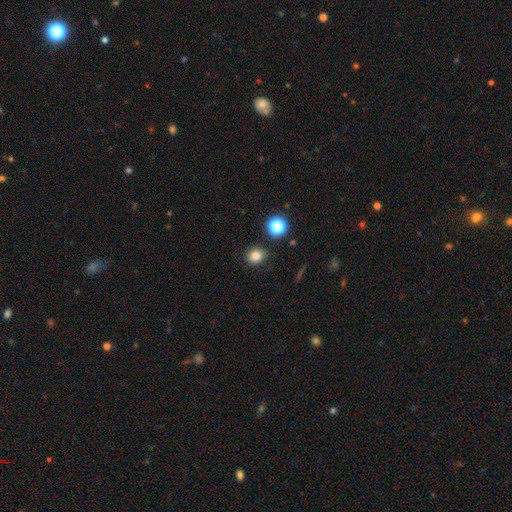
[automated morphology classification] smooth-or-featured: smooth: 81% | star or artifact: 14% | featured or disk: 6%
  how-rounded: round: 79% | in between: 20% | cigar-shaped: 1%
  merging: none: 88% | minor disturbance: 7% | merger: 3% | major disturbance: 2%